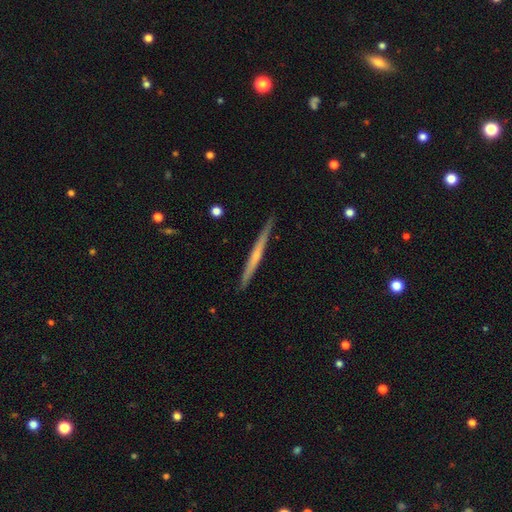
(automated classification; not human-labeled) smooth_or_featured: featured or disk (p=0.60) [alt: smooth p=0.34]
disk_edge_on: yes (p=0.98) [alt: no p=0.02]
edge_on_bulge: none (p=0.63) [alt: rounded p=0.32]
merging: none (p=0.89) [alt: minor disturbance p=0.08]